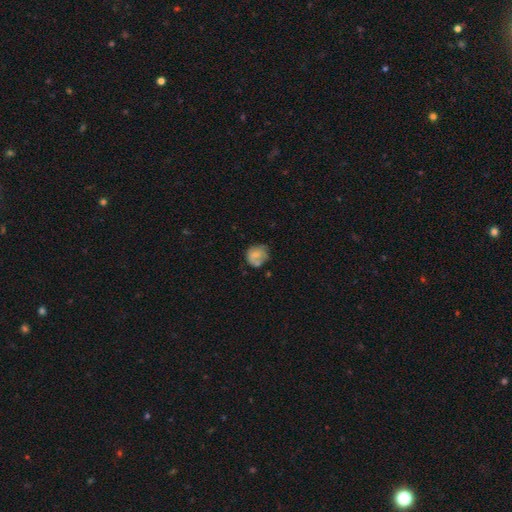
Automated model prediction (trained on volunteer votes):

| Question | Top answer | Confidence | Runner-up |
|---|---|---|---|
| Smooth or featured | smooth | 68% | featured or disk (23%) |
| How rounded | round | 72% | in between (27%) |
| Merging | none | 52% | minor disturbance (29%) |